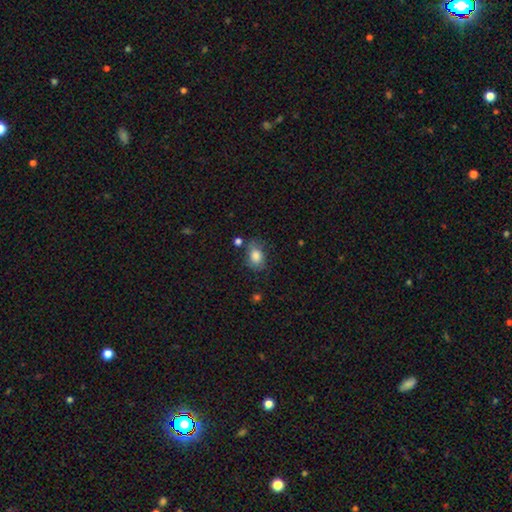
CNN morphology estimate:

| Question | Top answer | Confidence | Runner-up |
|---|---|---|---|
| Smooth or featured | smooth | 80% | featured or disk (11%) |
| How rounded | in between | 66% | round (33%) |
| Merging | none | 62% | minor disturbance (24%) |